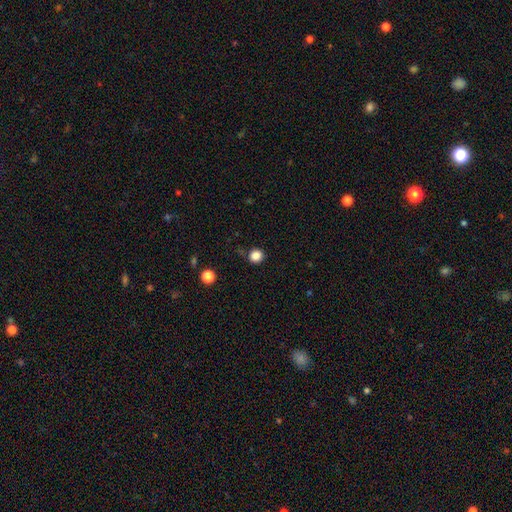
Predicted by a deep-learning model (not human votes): Smooth or featured? smooth (86%)
How rounded? round (89%)
Merging? none (86%)